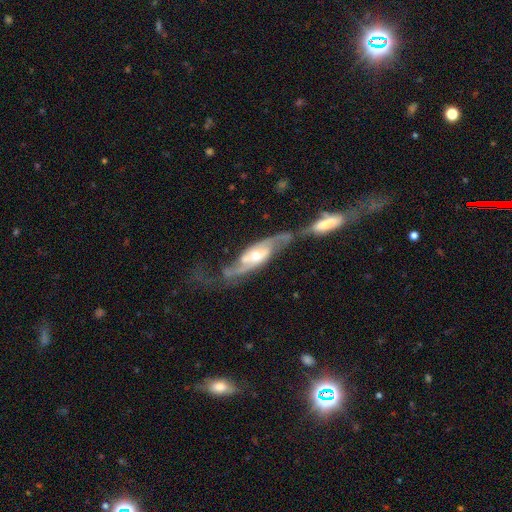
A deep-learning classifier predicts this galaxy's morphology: Overall: featured or disk (85%). Edge-on disk: no (85%). Bar: no (45%; weak 35%). Spiral arms: yes (94%). Spiral arm count: 2 (86%). Spiral winding: loose (45%; medium 38%). Bulge size: moderate (58%; small 33%). Merging: merger (41%; none 30%).